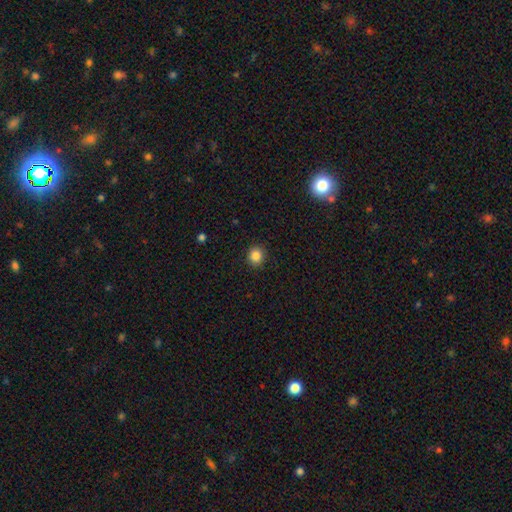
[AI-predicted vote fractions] smooth_or_featured: smooth (p=0.85) [alt: star or artifact p=0.11]
how_rounded: round (p=0.85) [alt: in between p=0.14]
merging: none (p=0.91) [alt: minor disturbance p=0.06]